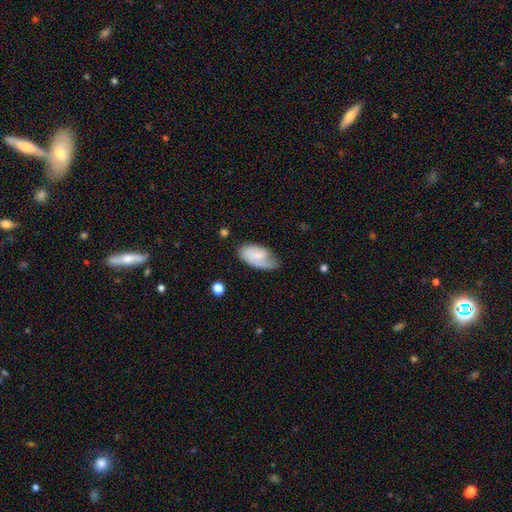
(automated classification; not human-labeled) smooth-or-featured: smooth: 47% | featured or disk: 46% | star or artifact: 7%
  merging: none: 53% | minor disturbance: 30% | major disturbance: 14% | merger: 2%